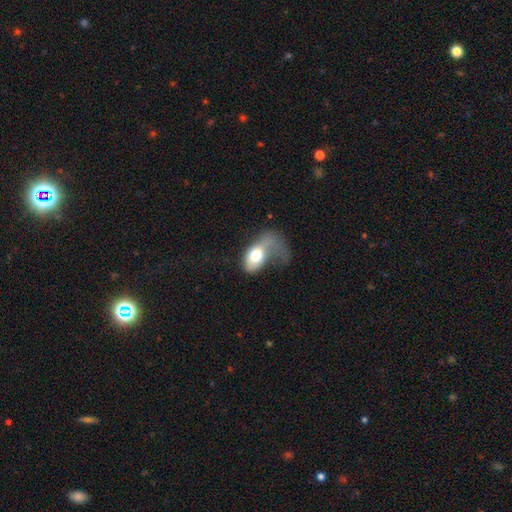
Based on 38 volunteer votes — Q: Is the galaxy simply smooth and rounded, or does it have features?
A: smooth — 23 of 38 (61%).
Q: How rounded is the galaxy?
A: in between — 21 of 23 (91%).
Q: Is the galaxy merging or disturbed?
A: major disturbance — 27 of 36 (75%).